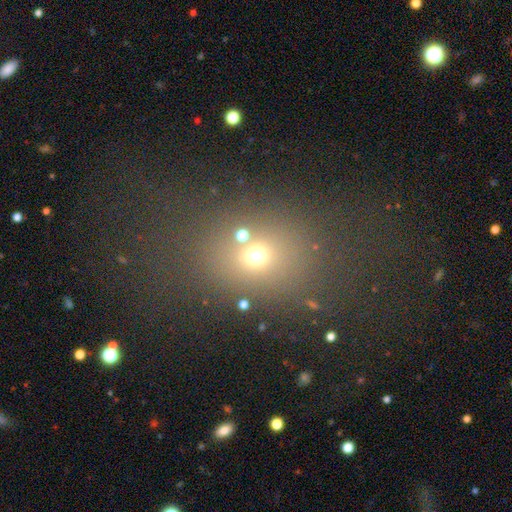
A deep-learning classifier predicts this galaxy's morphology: A smooth galaxy with no disk features (64%) that is round (56%).

Vote fractions:
- Smooth or featured? smooth: 64% / star or artifact: 24% / featured or disk: 12%
- How rounded? round: 56% / in between: 42% / cigar-shaped: 2%
- Merging? none: 69% / minor disturbance: 12% / merger: 10% / major disturbance: 8%